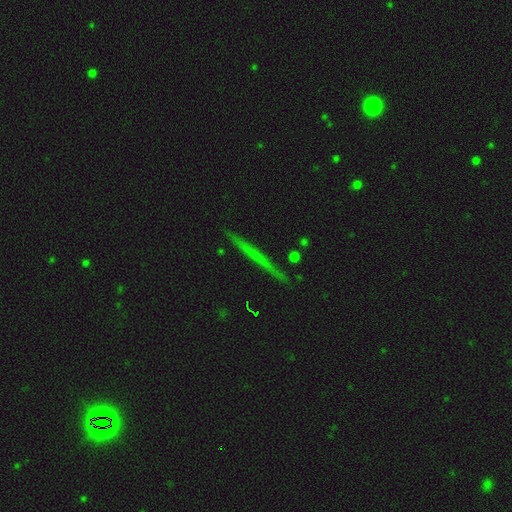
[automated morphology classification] Smooth or featured: featured or disk — 48% (smooth — 41%)
Merging: none — 88% (minor disturbance — 8%)